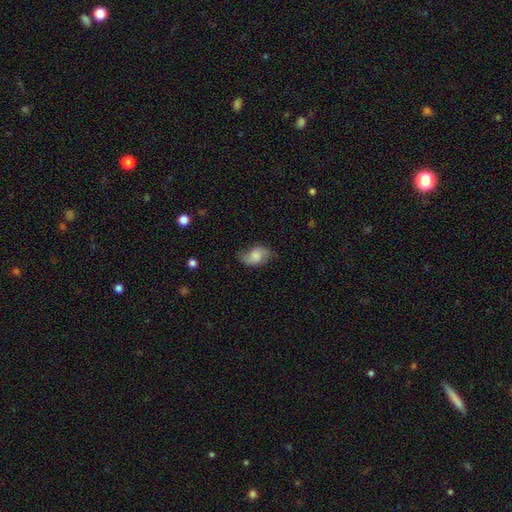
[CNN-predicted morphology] A smooth galaxy with no disk features (68%) that is in between round and cigar-shaped (86%).

Vote fractions:
- Smooth or featured? smooth: 68% / featured or disk: 24% / star or artifact: 8%
- How rounded? in between: 86% / round: 12% / cigar-shaped: 2%
- Merging? none: 65% / minor disturbance: 27% / major disturbance: 7% / merger: 1%